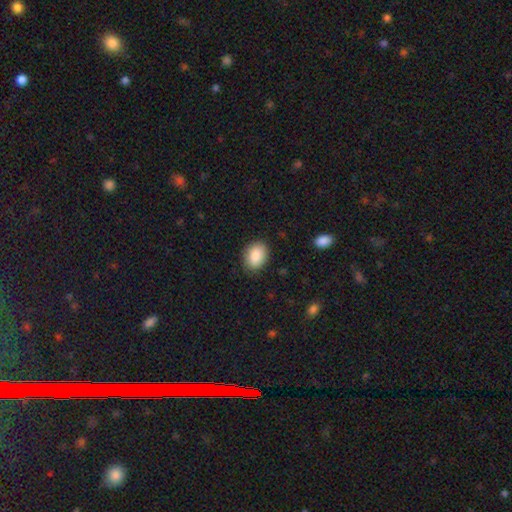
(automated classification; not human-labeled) This is clearly a smooth galaxy (88%). How rounded: likely in between (74%). Merging: clearly none (85%).